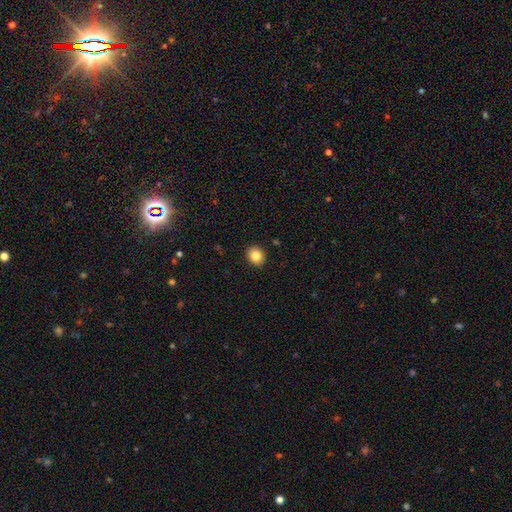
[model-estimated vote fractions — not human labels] smooth_or_featured: smooth (p=0.85) [alt: star or artifact p=0.09]
how_rounded: round (p=0.67) [alt: in between p=0.32]
merging: none (p=0.91) [alt: minor disturbance p=0.06]